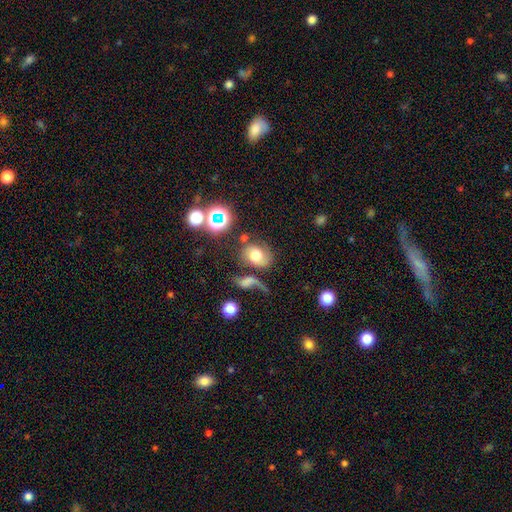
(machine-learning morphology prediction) This appears to be a smooth galaxy with no disk features (50%). Merging: none (45%).